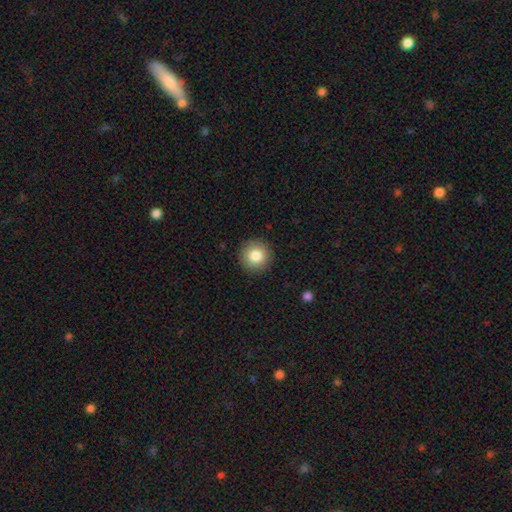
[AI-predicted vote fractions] Smooth or featured? Predicted: smooth (p=0.83). How rounded? Predicted: round (p=0.95). Merging? Predicted: none (p=0.91).